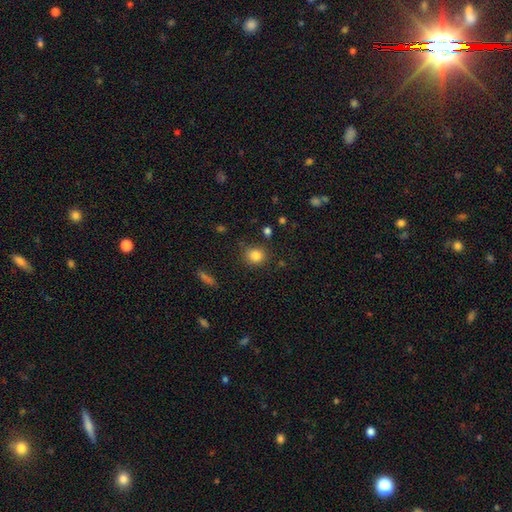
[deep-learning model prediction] A smooth galaxy with no disk features (84%) that is round (83%).

Vote fractions:
- Smooth or featured? smooth: 84% / star or artifact: 11% / featured or disk: 6%
- How rounded? round: 83% / in between: 16% / cigar-shaped: 1%
- Merging? none: 82% / minor disturbance: 11% / major disturbance: 3% / merger: 3%